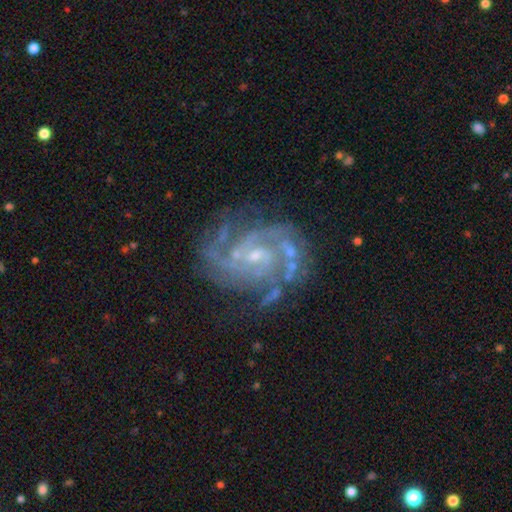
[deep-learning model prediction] The model was most divided on "spiral winding": tight: 48%, medium: 44%, loose: 8%. Remaining: edge-on disk — no (98%); spiral arms — yes (98%); smooth or featured — featured or disk (91%); bulge size — small (70%); merging — none (66%); bar — no (48%); spiral arm count — 3 (29%).